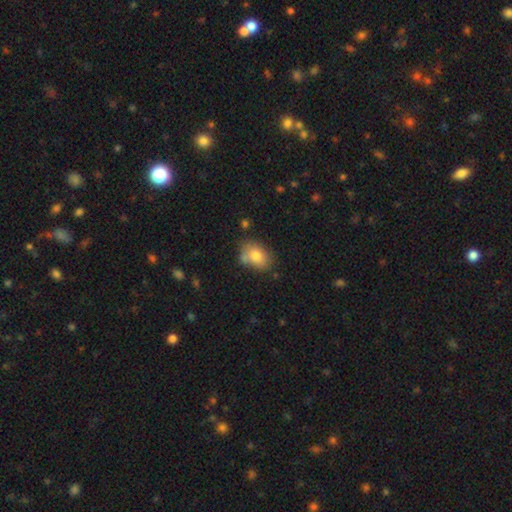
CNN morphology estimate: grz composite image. It shows a smooth galaxy with no disk features (79%) that is in between round and cigar-shaped (79%). Merging: none (60%).